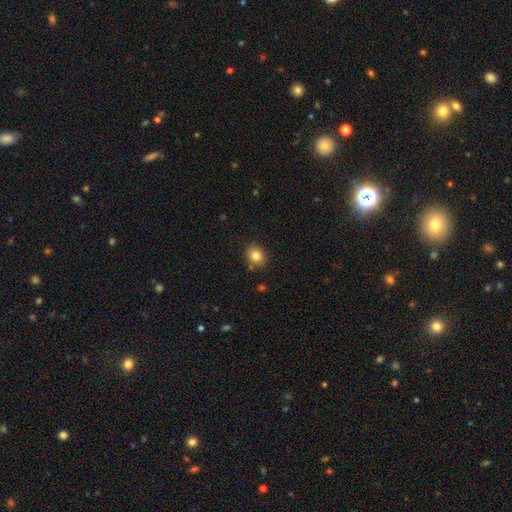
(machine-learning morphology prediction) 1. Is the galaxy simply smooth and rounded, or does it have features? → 82% smooth, 10% star or artifact, 8% featured or disk.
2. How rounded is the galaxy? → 56% round, 43% in between, 1% cigar-shaped.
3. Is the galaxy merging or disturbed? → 82% none, 12% minor disturbance, 4% merger, 3% major disturbance.